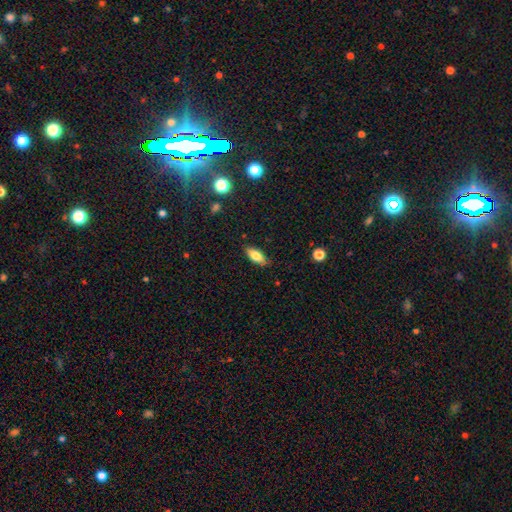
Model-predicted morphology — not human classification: A smooth galaxy with no disk features (76%) that is in between round and cigar-shaped (79%). Merging: none (83%).